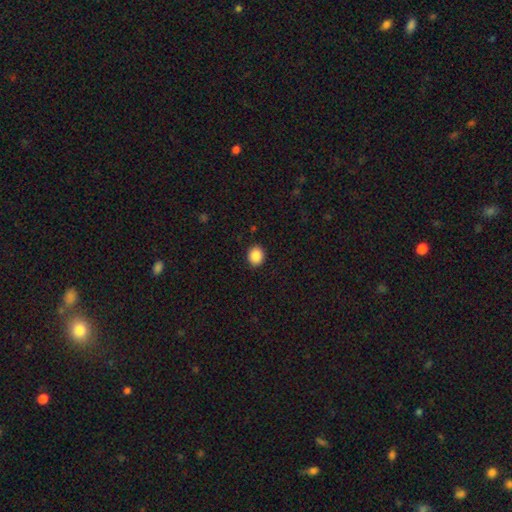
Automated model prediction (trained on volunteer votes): A smooth galaxy with no disk features (88%) that is round (69%).

Vote fractions:
- Smooth or featured? smooth: 88% / star or artifact: 9% / featured or disk: 3%
- How rounded? round: 69% / in between: 31% / cigar-shaped: 1%
- Merging? none: 90% / minor disturbance: 7% / major disturbance: 2% / merger: 1%